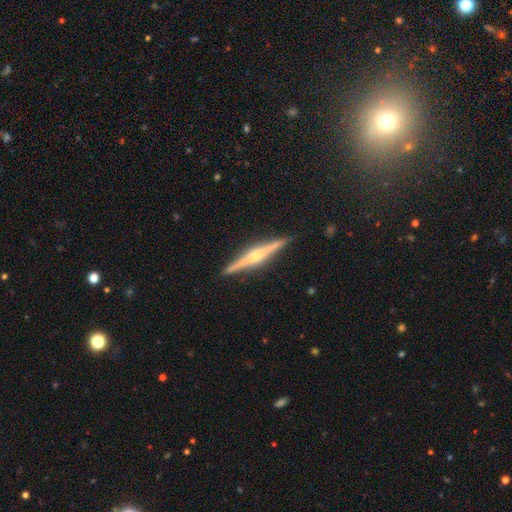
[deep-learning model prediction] A featured or disk galaxy (83%) viewed edge-on (98%) with a rounded central bulge (92%).

Vote fractions:
- Smooth or featured? featured or disk: 83% / smooth: 12% / star or artifact: 5%
- Edge-on disk? yes: 98% / no: 2%
- Edge-on bulge? rounded: 92% / boxy: 4% / none: 3%
- Merging? none: 92% / minor disturbance: 6% / major disturbance: 1% / merger: 1%